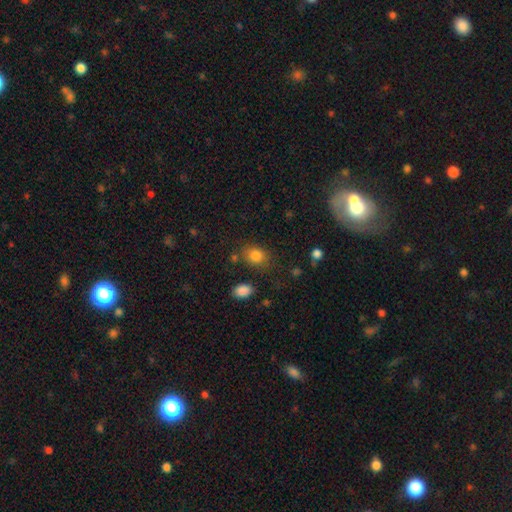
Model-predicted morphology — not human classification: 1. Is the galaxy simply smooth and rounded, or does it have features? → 83% smooth, 11% star or artifact, 7% featured or disk.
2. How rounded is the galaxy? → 56% in between, 42% round, 1% cigar-shaped.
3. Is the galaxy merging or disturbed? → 75% none, 14% minor disturbance, 5% major disturbance, 5% merger.